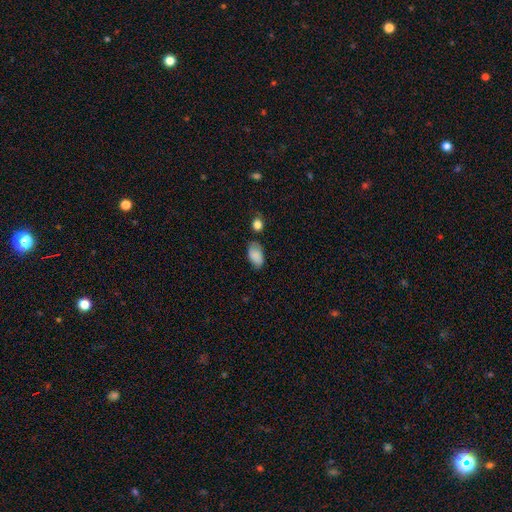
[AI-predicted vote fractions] Smooth or featured: smooth — 85% (star or artifact — 8%)
How rounded: in between — 92% (round — 6%)
Merging: none — 64% (minor disturbance — 24%)